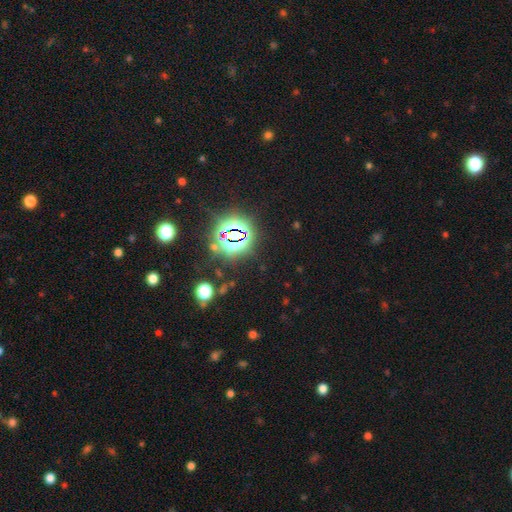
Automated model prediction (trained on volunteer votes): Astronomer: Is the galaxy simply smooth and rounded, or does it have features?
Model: star or artifact — 82%.